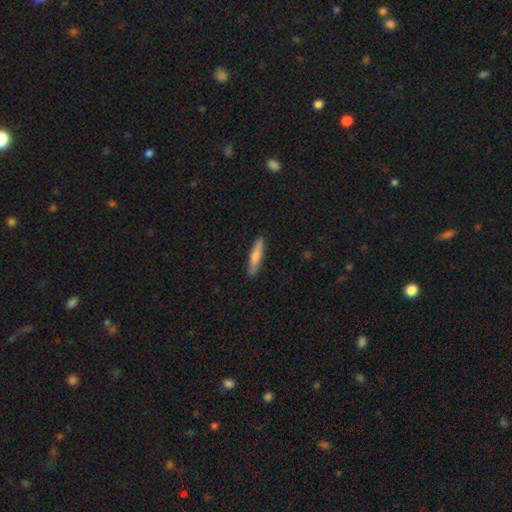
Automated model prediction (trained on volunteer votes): Smooth or featured: smooth — 73% (featured or disk — 22%)
How rounded: cigar-shaped — 86% (in between — 13%)
Merging: none — 89% (minor disturbance — 8%)